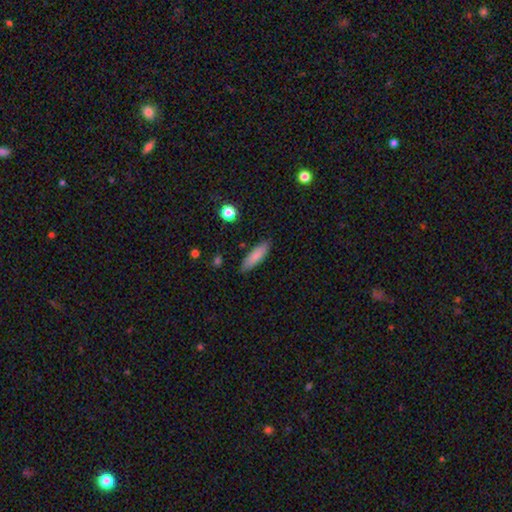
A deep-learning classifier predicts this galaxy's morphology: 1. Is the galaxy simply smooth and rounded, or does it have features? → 83% smooth, 10% featured or disk, 7% star or artifact.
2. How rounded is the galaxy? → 58% cigar-shaped, 40% in between, 2% round.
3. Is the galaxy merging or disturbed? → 85% none, 11% minor disturbance, 2% major disturbance, 2% merger.